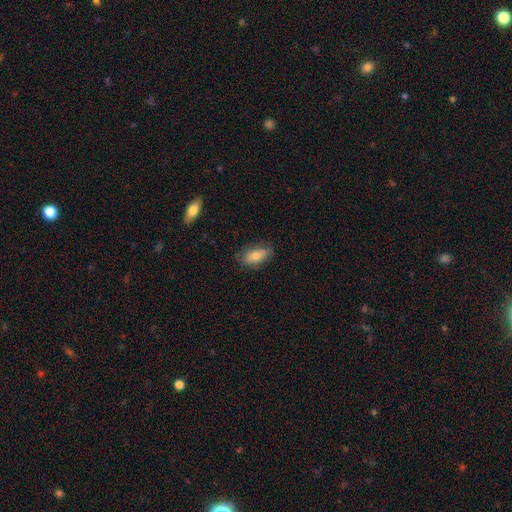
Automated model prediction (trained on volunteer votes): smooth-or-featured: smooth: 72% | featured or disk: 21% | star or artifact: 8%
  how-rounded: in between: 87% | cigar-shaped: 8% | round: 5%
  merging: none: 77% | minor disturbance: 18% | major disturbance: 4% | merger: 1%